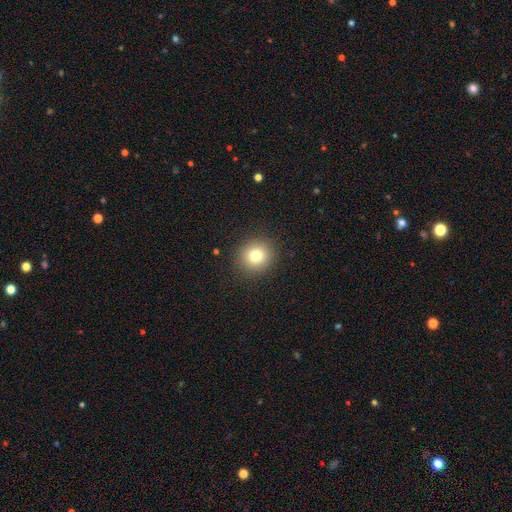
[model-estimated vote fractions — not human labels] smooth 78%, star or artifact 13%, featured or disk 9%. Down the decision tree: how rounded — round (89%); merging — none (90%).